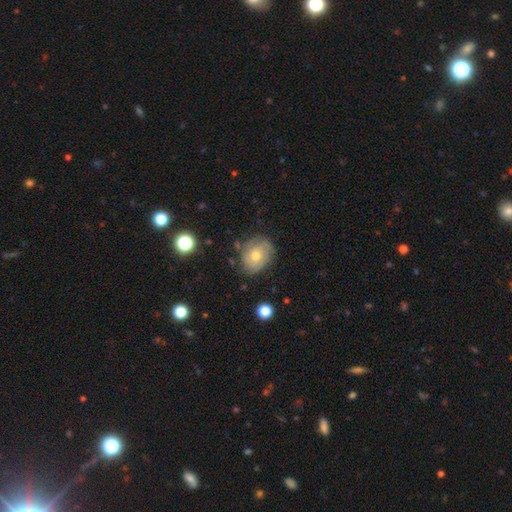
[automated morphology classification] Smooth or featured: smooth — 47% (featured or disk — 43%)
Merging: none — 71% (minor disturbance — 21%)